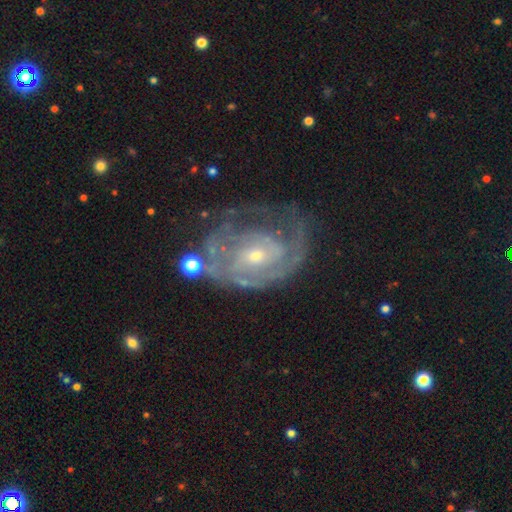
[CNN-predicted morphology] A featured or disk galaxy (85%) with no bar (59%), tight (66%) spiral arms (91%) and a small central bulge (69%).

Vote fractions:
- Smooth or featured? featured or disk: 85% / smooth: 9% / star or artifact: 7%
- Edge-on disk? no: 96% / yes: 4%
- Bar? no: 59% / weak: 32% / strong: 9%
- Spiral arms? yes: 91% / no: 9%
- Spiral winding? tight: 66% / medium: 26% / loose: 7%
- Spiral arm count? can't tell: 38% / 2: 31% / 3: 13% / 1: 9% / 4: 5% / more than 4: 4%
- Bulge size? small: 69% / moderate: 27% / none: 2% / large: 1% / dominant: 1%
- Merging? none: 57% / minor disturbance: 23% / major disturbance: 16% / merger: 4%